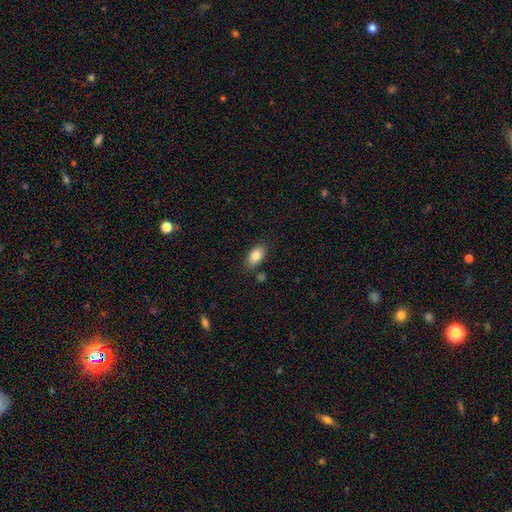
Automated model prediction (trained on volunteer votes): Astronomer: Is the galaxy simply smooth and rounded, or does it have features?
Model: smooth — 83%.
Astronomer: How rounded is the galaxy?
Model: in between — 92%.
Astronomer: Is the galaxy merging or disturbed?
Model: none — 80%.